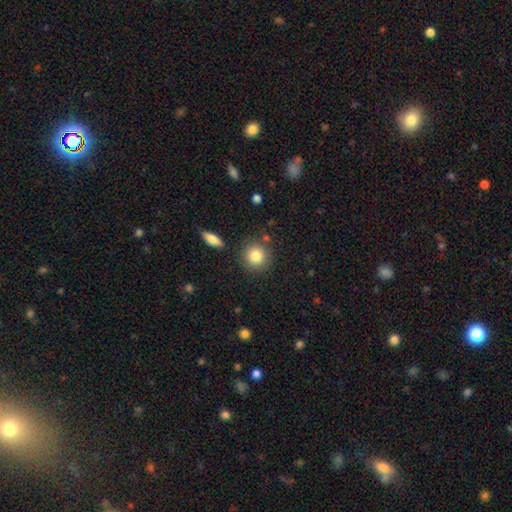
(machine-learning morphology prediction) This appears to be a smooth galaxy with no disk features (84%) that is round (90%). Merging: none (83%).